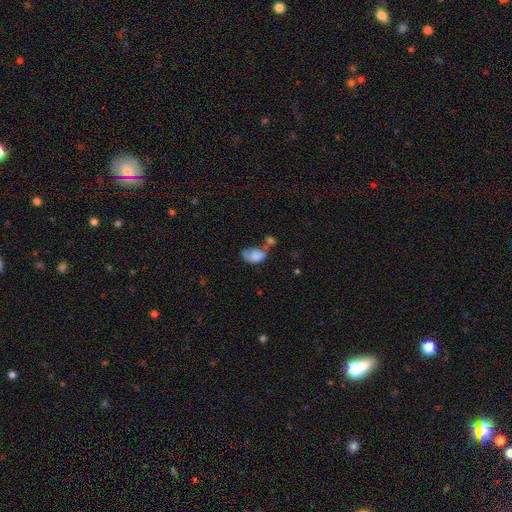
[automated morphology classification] smooth_or_featured: smooth (p=0.69) [alt: featured or disk p=0.22]
how_rounded: in between (p=0.83) [alt: round p=0.16]
merging: merger (p=0.32) [alt: major disturbance p=0.24]